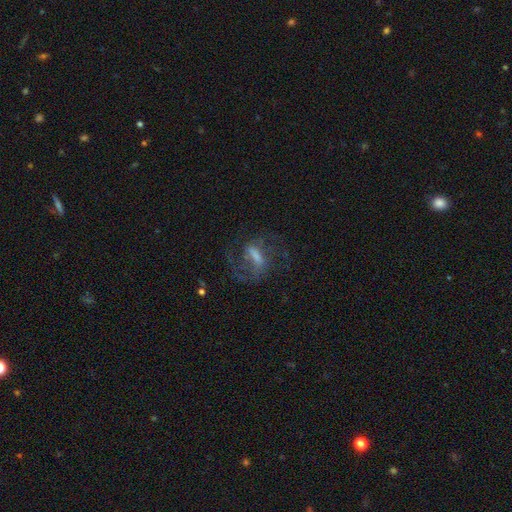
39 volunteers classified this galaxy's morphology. smooth-or-featured: featured or disk: 85% | smooth: 8% | star or artifact: 8%
  disk-edge-on: no: 94% | yes: 6%
    bar: strong: 58% | weak: 35% | no: 6%
    has-spiral-arms: yes: 97% | no: 3%
      spiral-winding: medium: 47% | tight: 40% | loose: 13%
      spiral-arm-count: 2: 57% | can't tell: 33% | more than 4: 7% | 4: 3% | 1: 0% | 3: 0%
    bulge-size: moderate: 39% | none: 32% | small: 19% | large: 10% | dominant: 0%
  merging: none: 67% | minor disturbance: 19% | major disturbance: 14% | merger: 0%